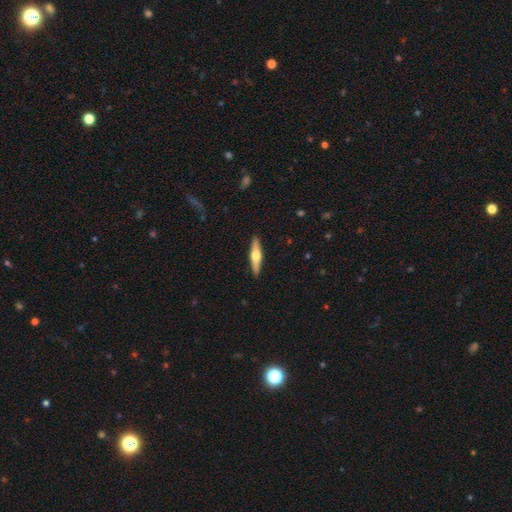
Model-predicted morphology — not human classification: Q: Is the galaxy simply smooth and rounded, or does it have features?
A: featured or disk — 58%.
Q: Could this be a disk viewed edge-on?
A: yes — 96%.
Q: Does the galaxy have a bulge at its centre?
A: rounded — 94%.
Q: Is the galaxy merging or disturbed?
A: none — 91%.